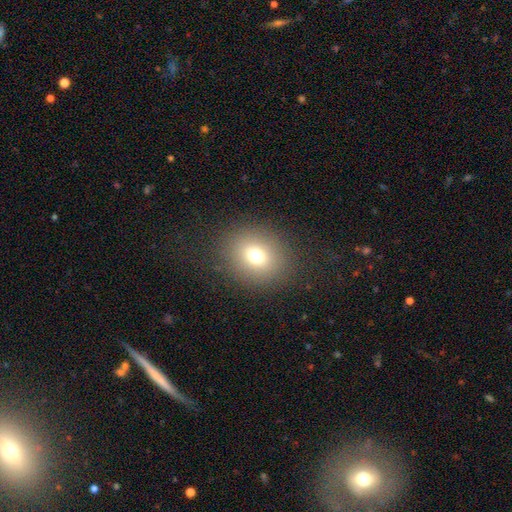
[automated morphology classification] smooth-or-featured: smooth: 72% | star or artifact: 16% | featured or disk: 12%
  how-rounded: round: 70% | in between: 29% | cigar-shaped: 1%
  merging: none: 86% | minor disturbance: 8% | major disturbance: 5% | merger: 1%